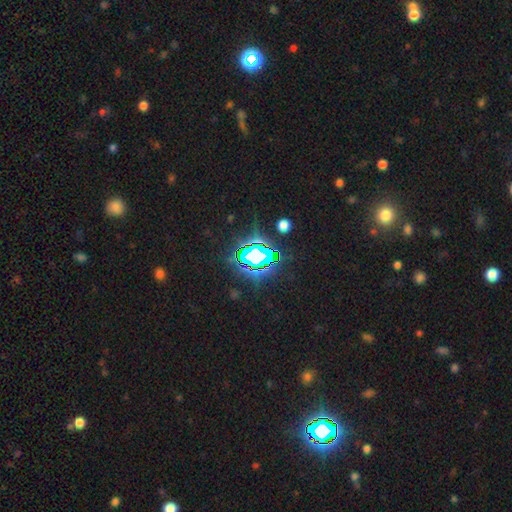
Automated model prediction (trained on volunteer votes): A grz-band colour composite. It shows a star or artifact, not a galaxy (74%).